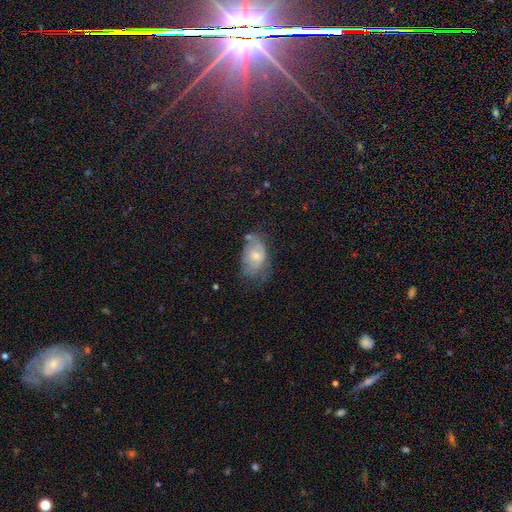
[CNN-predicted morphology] Smooth or featured: smooth — 53% (featured or disk — 37%)
How rounded: in between — 85% (round — 13%)
Merging: none — 39% (minor disturbance — 36%)